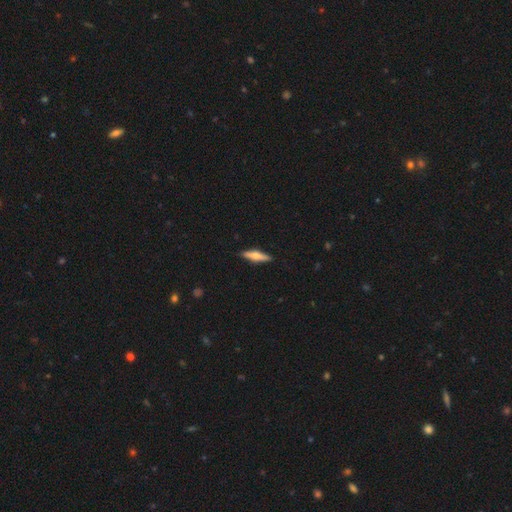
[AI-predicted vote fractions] smooth 53%, featured or disk 41%, star or artifact 6%. Down the decision tree: how rounded — cigar-shaped (76%); merging — none (89%).